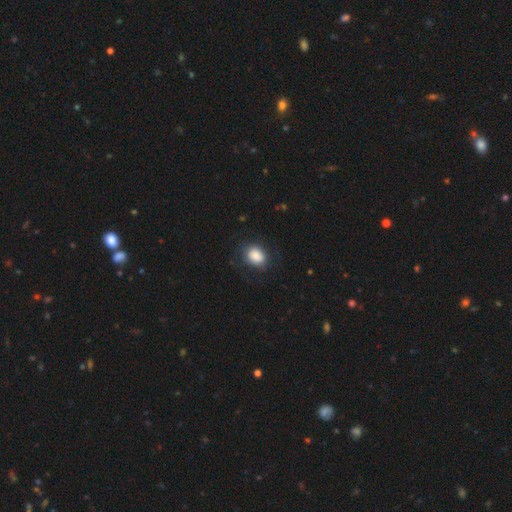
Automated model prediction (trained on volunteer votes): Smooth or featured: smooth — 84% (featured or disk — 8%)
How rounded: in between — 56% (round — 43%)
Merging: none — 76% (minor disturbance — 16%)